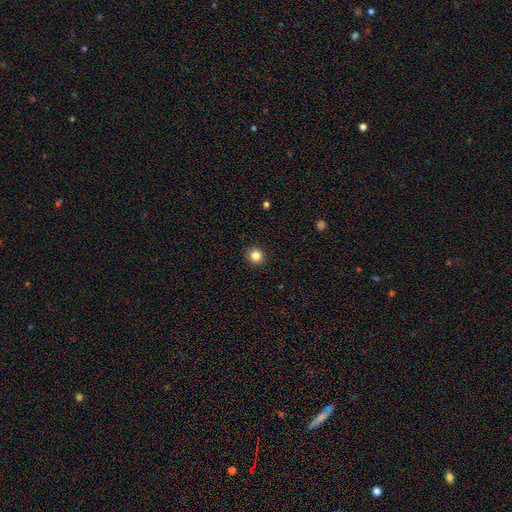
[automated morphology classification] smooth_or_featured: smooth (p=0.84) [alt: star or artifact p=0.11]
how_rounded: round (p=0.92) [alt: in between p=0.07]
merging: none (p=0.92) [alt: minor disturbance p=0.05]